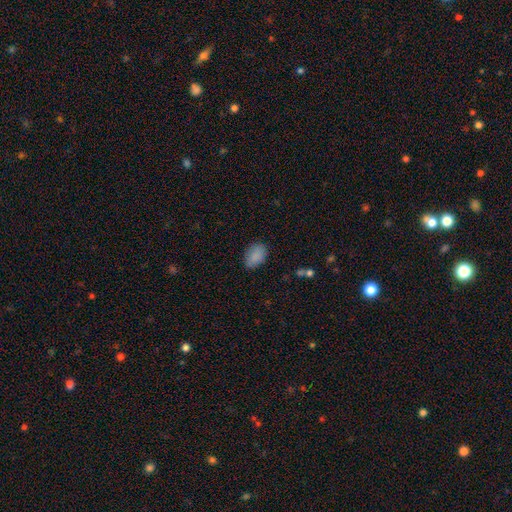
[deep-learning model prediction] smooth_or_featured: smooth (p=0.87) [alt: star or artifact p=0.08]
how_rounded: in between (p=0.84) [alt: round p=0.14]
merging: none (p=0.79) [alt: minor disturbance p=0.16]